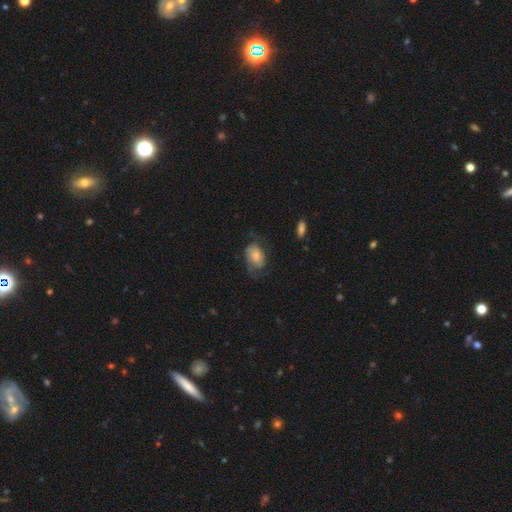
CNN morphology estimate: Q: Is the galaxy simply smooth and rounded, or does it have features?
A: featured or disk — 47%.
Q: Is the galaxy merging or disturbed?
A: none — 51%.